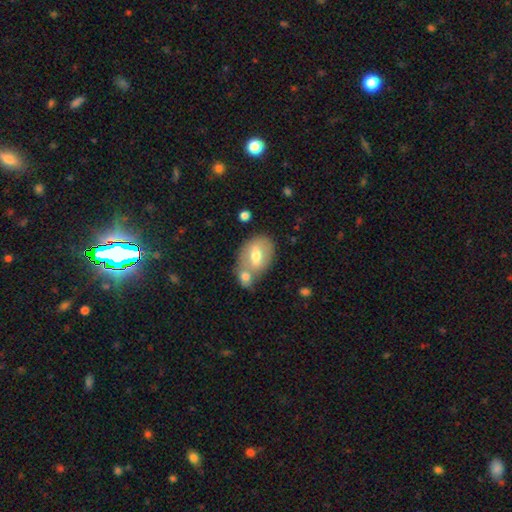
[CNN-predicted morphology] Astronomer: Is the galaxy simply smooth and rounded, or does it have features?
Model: smooth — 60%.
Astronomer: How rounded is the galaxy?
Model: in between — 78%.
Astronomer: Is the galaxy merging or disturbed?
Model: merger — 42% (runner-up: none, 40%).